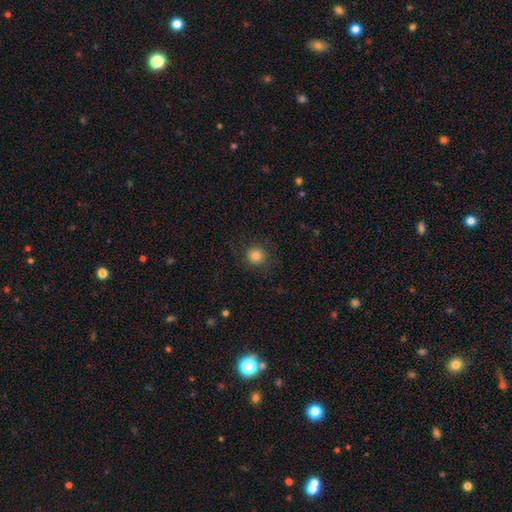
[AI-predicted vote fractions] A smooth galaxy with no disk features (83%) that is round (92%). Merging: none (86%).